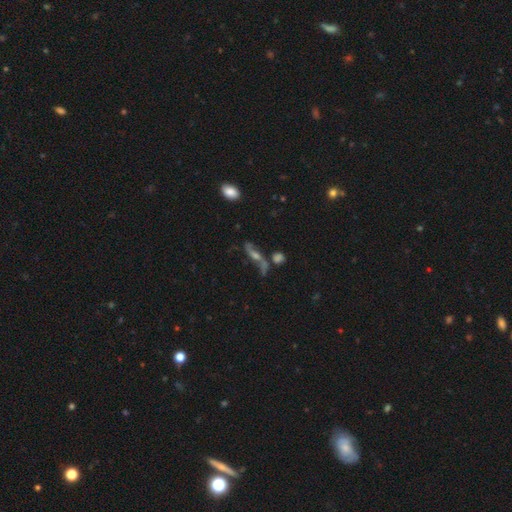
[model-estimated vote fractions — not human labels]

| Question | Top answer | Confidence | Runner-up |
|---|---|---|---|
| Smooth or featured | featured or disk | 65% | smooth (18%) |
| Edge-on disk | no | 63% | yes (37%) |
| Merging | none | 48% | merger (20%) |